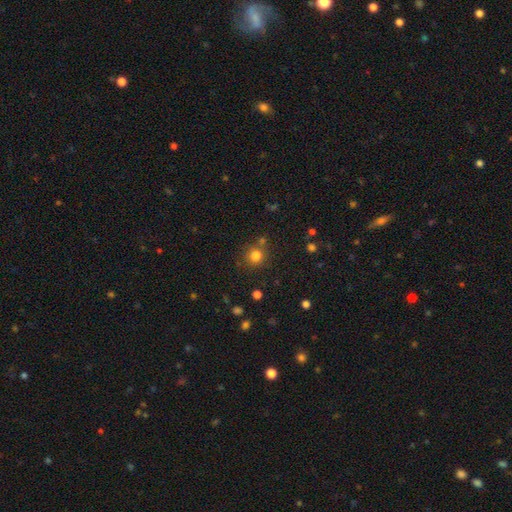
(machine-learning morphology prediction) smooth-or-featured: smooth: 80% | star or artifact: 14% | featured or disk: 6%
  how-rounded: round: 90% | in between: 9% | cigar-shaped: 1%
  merging: none: 75% | merger: 11% | minor disturbance: 10% | major disturbance: 4%